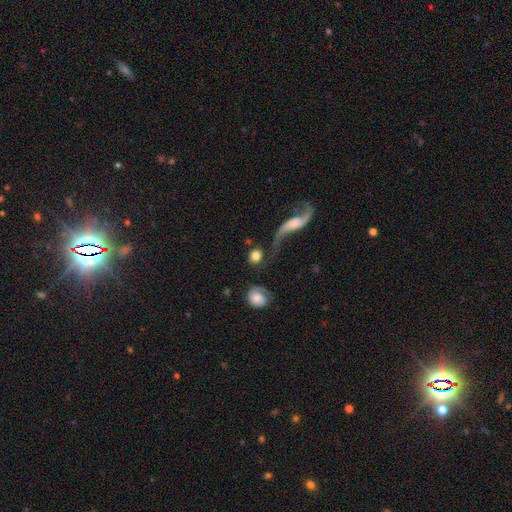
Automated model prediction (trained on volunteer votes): This is likely a smooth galaxy (70%). How rounded: likely round (72%). Merging: possibly none (45%).